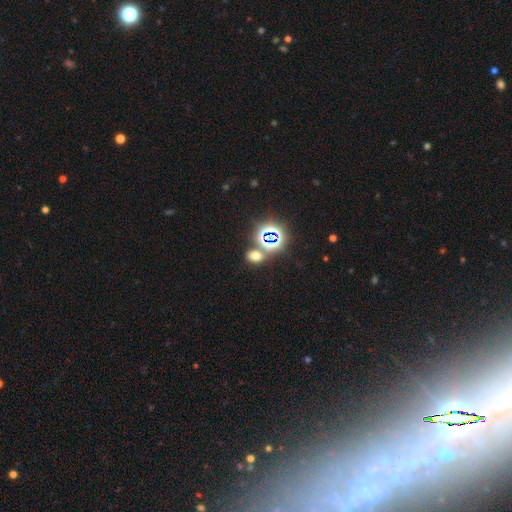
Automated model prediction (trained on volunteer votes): smooth 54%, star or artifact 38%, featured or disk 8%. Down the decision tree: how rounded — in between (66%); merging — none (71%).